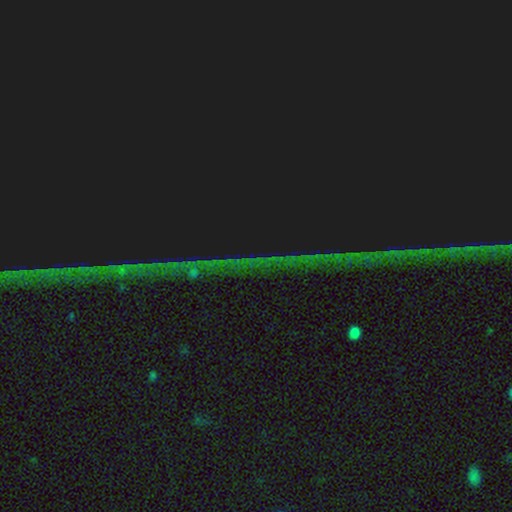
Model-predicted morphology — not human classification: Q: Smooth or featured?
A: star or artifact (83%); runner-up: featured or disk (9%)